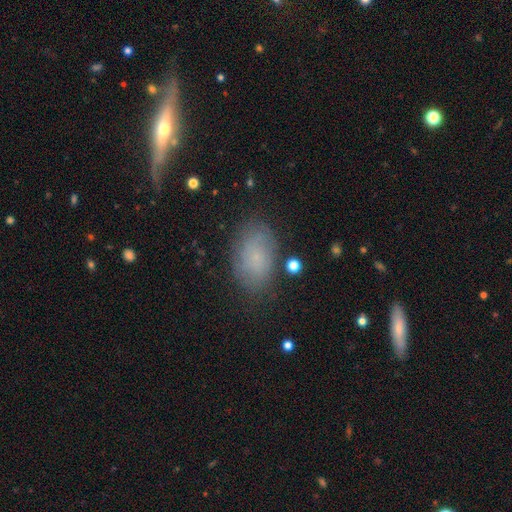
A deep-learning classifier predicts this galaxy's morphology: Smooth or featured?
  - smooth: 65% *
  - featured or disk: 21%
  - star or artifact: 14%
How rounded?
  - in between: 88% *
  - round: 10%
  - cigar-shaped: 2%
Merging?
  - none: 77% *
  - minor disturbance: 16%
  - major disturbance: 5%
  - merger: 2%